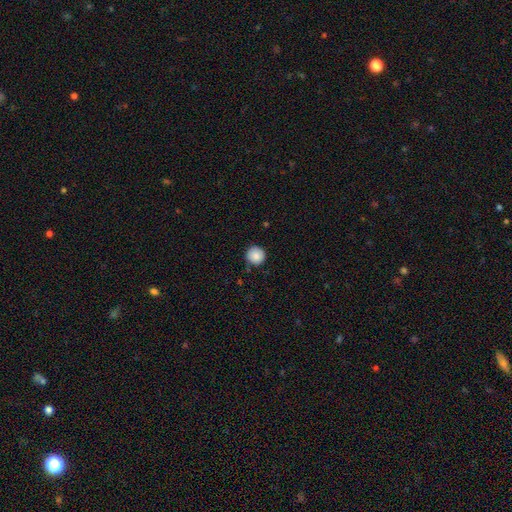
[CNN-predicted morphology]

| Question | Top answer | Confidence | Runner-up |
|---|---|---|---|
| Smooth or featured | smooth | 86% | star or artifact (8%) |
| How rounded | round | 95% | in between (4%) |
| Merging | none | 86% | minor disturbance (11%) |